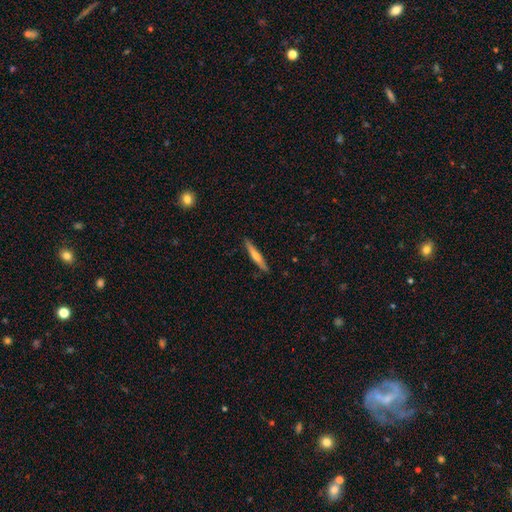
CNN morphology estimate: smooth_or_featured: smooth (p=0.50) [alt: featured or disk p=0.45]
merging: none (p=0.89) [alt: minor disturbance p=0.08]